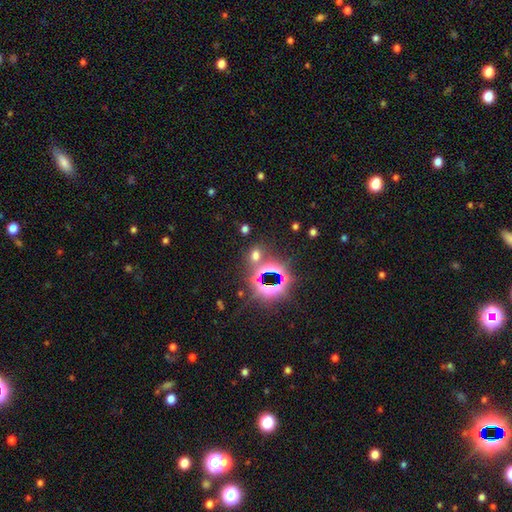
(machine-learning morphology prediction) A smooth galaxy with no disk features (47%).

Vote fractions:
- Smooth or featured? smooth: 47% / star or artifact: 44% / featured or disk: 8%
- Merging? none: 69% / merger: 14% / minor disturbance: 10% / major disturbance: 6%